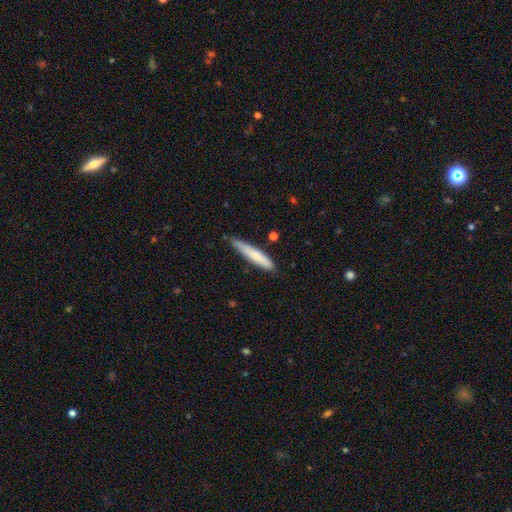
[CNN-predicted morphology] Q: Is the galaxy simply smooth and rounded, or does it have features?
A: smooth — 74%.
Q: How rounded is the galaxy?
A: cigar-shaped — 92%.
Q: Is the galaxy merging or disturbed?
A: none — 80%.